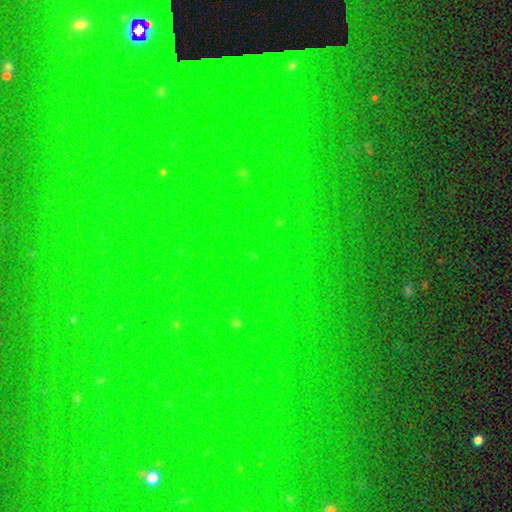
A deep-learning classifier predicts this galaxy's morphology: This is likely a star or artifact rather than a galaxy (79%).